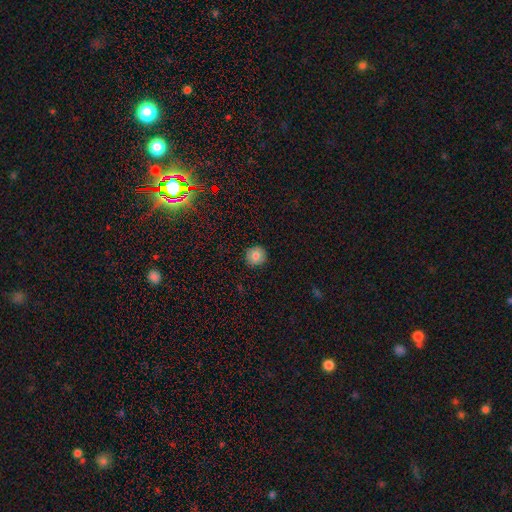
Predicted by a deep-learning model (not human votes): The model was most divided on "smooth or featured": smooth: 80%, featured or disk: 10%, star or artifact: 10%. More confident: how rounded — round (93%); merging — none (90%).